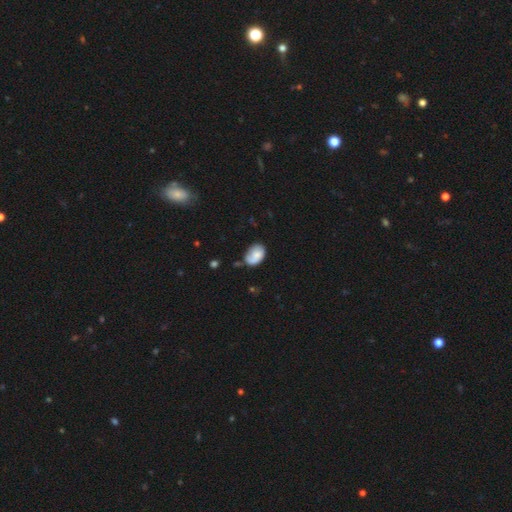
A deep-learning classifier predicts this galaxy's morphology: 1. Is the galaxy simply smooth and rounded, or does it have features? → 71% smooth, 22% featured or disk, 7% star or artifact.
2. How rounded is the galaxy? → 85% in between, 14% round, 1% cigar-shaped.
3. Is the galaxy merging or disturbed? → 52% none, 33% minor disturbance, 10% major disturbance, 5% merger.